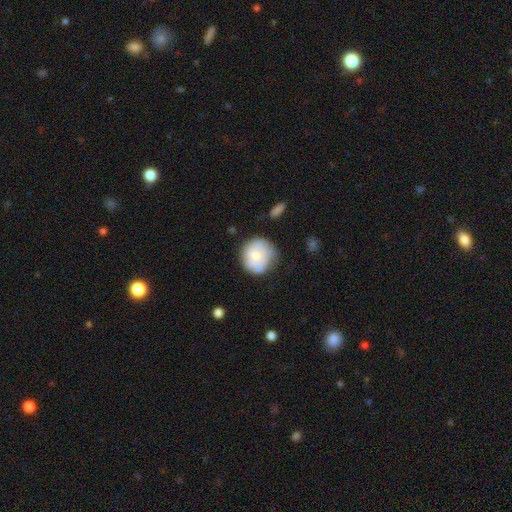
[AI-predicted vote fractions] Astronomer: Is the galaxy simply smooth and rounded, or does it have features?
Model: smooth — 49% (runner-up: featured or disk, 45%).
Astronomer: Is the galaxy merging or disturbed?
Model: none — 67%.